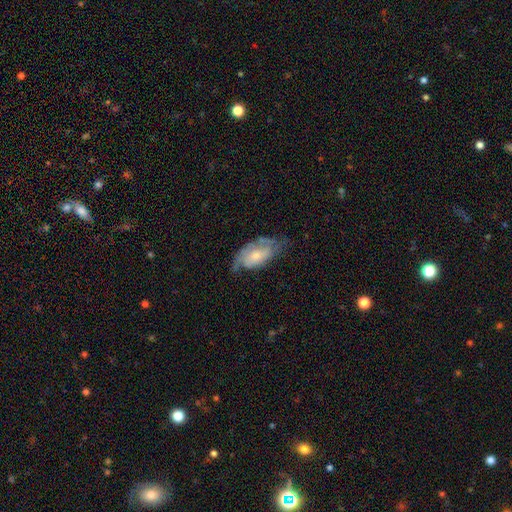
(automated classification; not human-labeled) A featured or disk galaxy (54%).

Vote fractions:
- Smooth or featured? featured or disk: 54% / smooth: 40% / star or artifact: 6%
- Edge-on disk? no: 91% / yes: 9%
- Merging? none: 44% / minor disturbance: 35% / major disturbance: 19% / merger: 2%